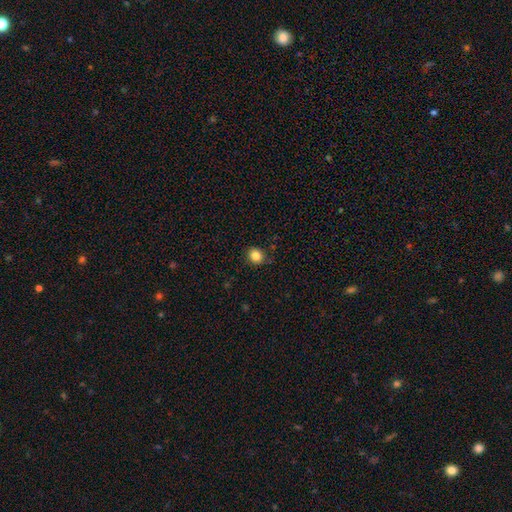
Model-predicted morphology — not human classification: Q: Smooth or featured?
A: smooth (84%); runner-up: star or artifact (11%)
Q: How rounded?
A: round (75%); runner-up: in between (24%)
Q: Merging?
A: none (87%); runner-up: minor disturbance (10%)